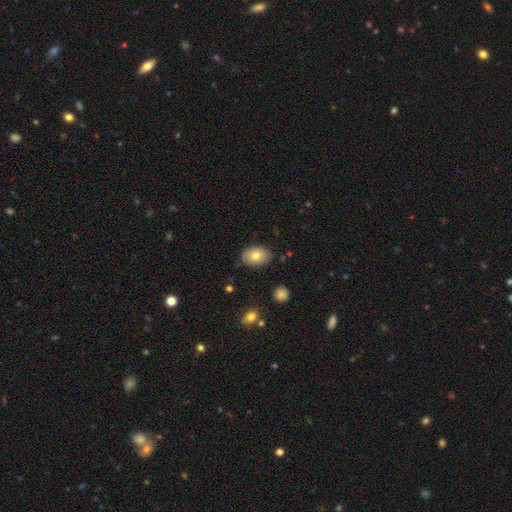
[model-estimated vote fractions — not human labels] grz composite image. It shows a smooth galaxy with no disk features (73%) that is in between round and cigar-shaped (83%). Merging: none (82%).